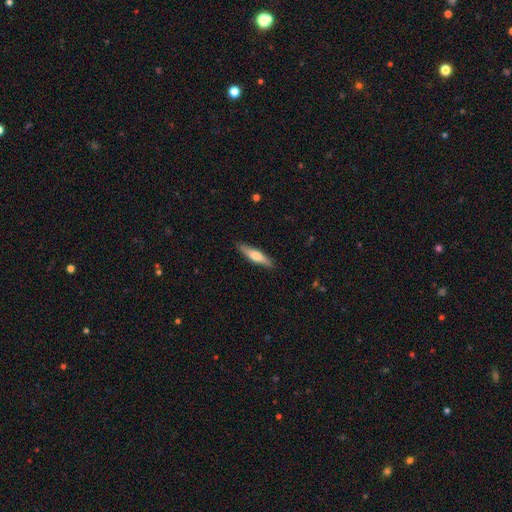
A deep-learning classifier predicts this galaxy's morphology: Q: Smooth or featured?
A: smooth (58%); runner-up: featured or disk (37%)
Q: How rounded?
A: cigar-shaped (81%); runner-up: in between (18%)
Q: Merging?
A: none (89%); runner-up: minor disturbance (9%)